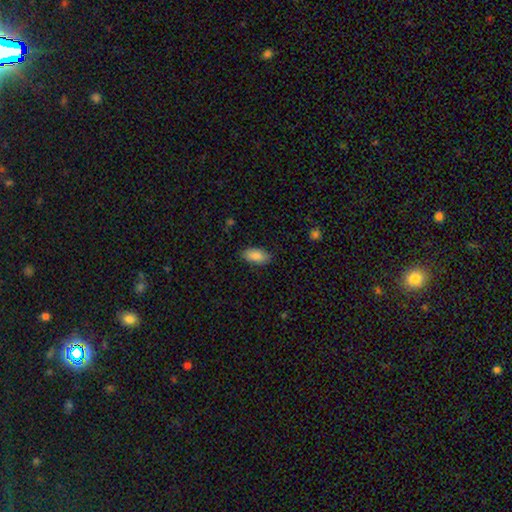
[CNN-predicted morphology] The model was most divided on "merging": none: 85%, minor disturbance: 12%, major disturbance: 3%, merger: 1%. More confident: how rounded — in between (93%); smooth or featured — smooth (88%).